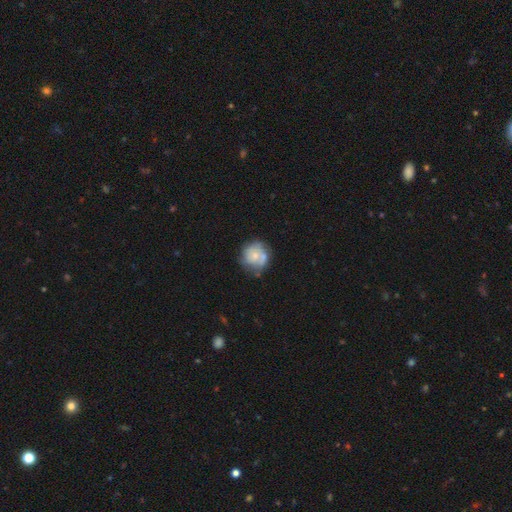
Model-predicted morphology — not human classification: A featured or disk galaxy (48%). Merging: none (57%).